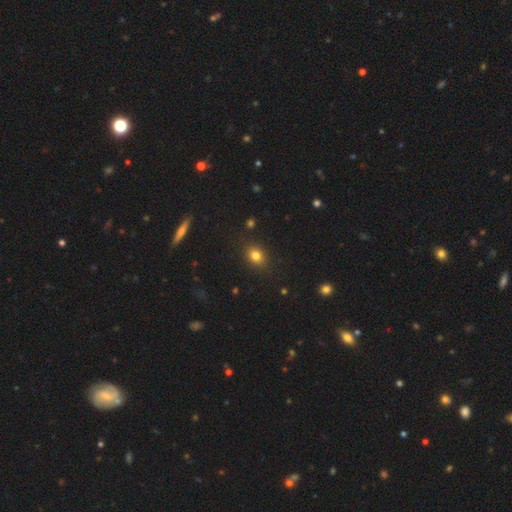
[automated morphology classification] Q: Smooth or featured?
A: smooth (80%); runner-up: star or artifact (13%)
Q: How rounded?
A: round (51%); runner-up: in between (47%)
Q: Merging?
A: none (87%); runner-up: minor disturbance (9%)